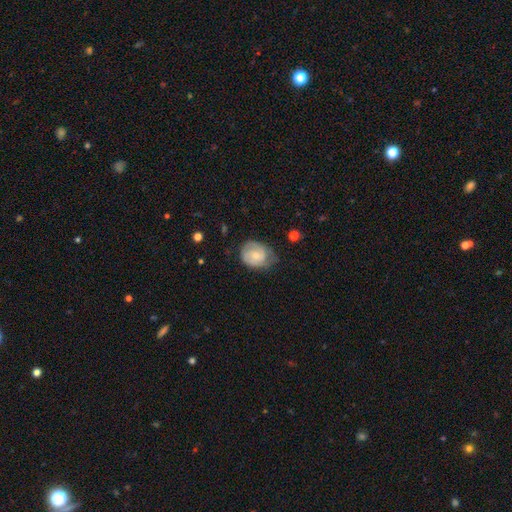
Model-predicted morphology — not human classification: A featured or disk galaxy (55%) with no bar (64%), spiral arms (85%) and a small central bulge (55%). Merging: none (55%).